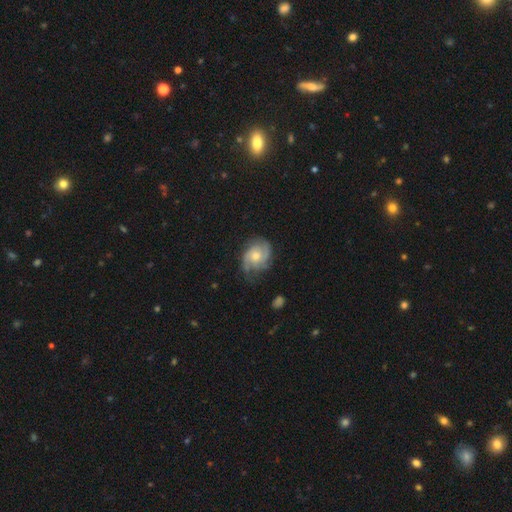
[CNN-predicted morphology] The model was most divided on "spiral winding": tight: 42%, medium: 41%, loose: 16%. Remaining: edge-on disk — no (97%); spiral arms — yes (93%); bar — no (75%); smooth or featured — featured or disk (74%); merging — none (62%); bulge size — moderate (59%); spiral arm count — 2 (44%).